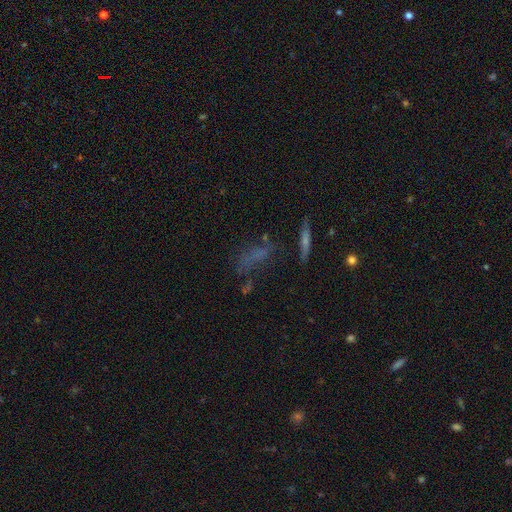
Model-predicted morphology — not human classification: type=smooth (43%); merging=none (51%).